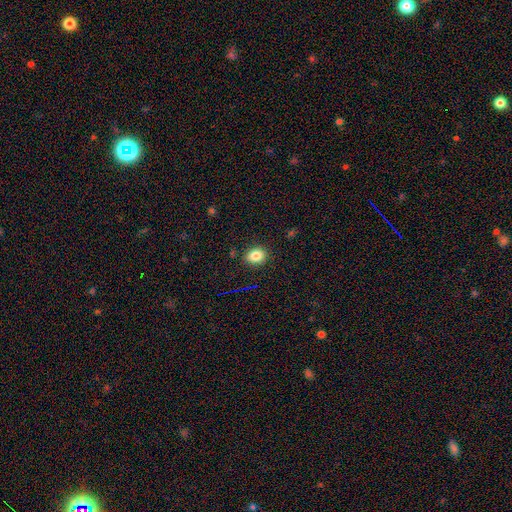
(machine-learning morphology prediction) smooth-or-featured: smooth: 84% | star or artifact: 10% | featured or disk: 6%
  how-rounded: in between: 55% | round: 43% | cigar-shaped: 1%
  merging: none: 87% | minor disturbance: 9% | major disturbance: 2% | merger: 2%